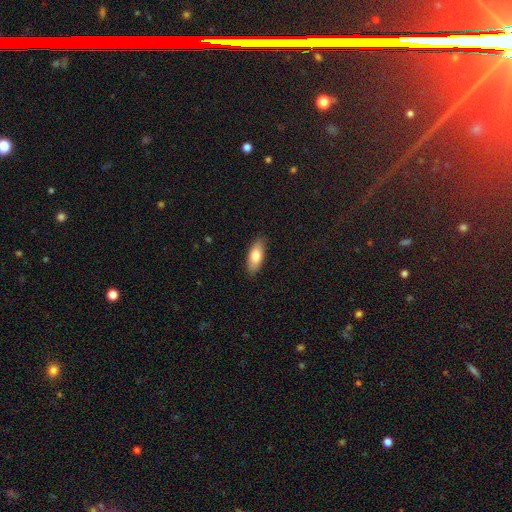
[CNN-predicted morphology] Q: Smooth or featured?
A: smooth (79%); runner-up: featured or disk (15%)
Q: How rounded?
A: in between (79%); runner-up: cigar-shaped (18%)
Q: Merging?
A: none (87%); runner-up: minor disturbance (10%)